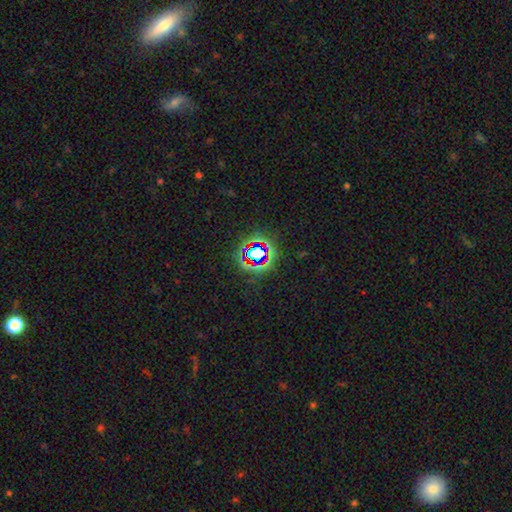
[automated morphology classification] Smooth or featured?
  - star or artifact: 75% *
  - smooth: 15%
  - featured or disk: 10%